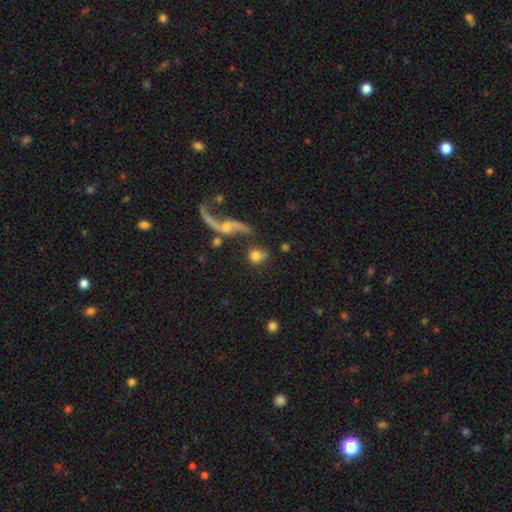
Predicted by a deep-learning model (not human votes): Smooth or featured?
  - smooth: 64% *
  - featured or disk: 26%
  - star or artifact: 10%
How rounded?
  - round: 69% *
  - in between: 27%
  - cigar-shaped: 4%
Merging?
  - none: 55% *
  - merger: 18%
  - minor disturbance: 15%
  - major disturbance: 11%